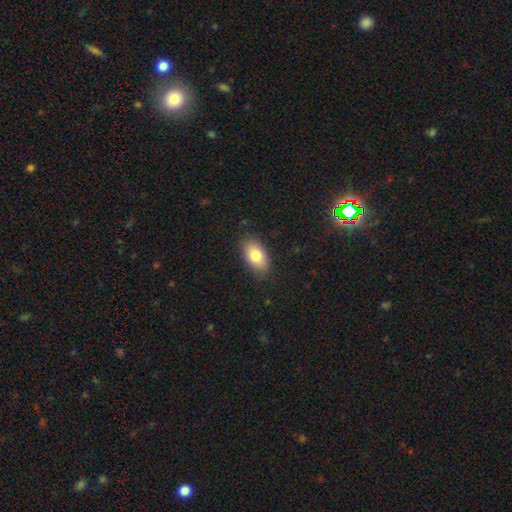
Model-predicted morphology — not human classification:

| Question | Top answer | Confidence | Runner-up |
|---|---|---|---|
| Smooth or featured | smooth | 80% | featured or disk (13%) |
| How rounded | in between | 91% | round (7%) |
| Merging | none | 85% | minor disturbance (11%) |